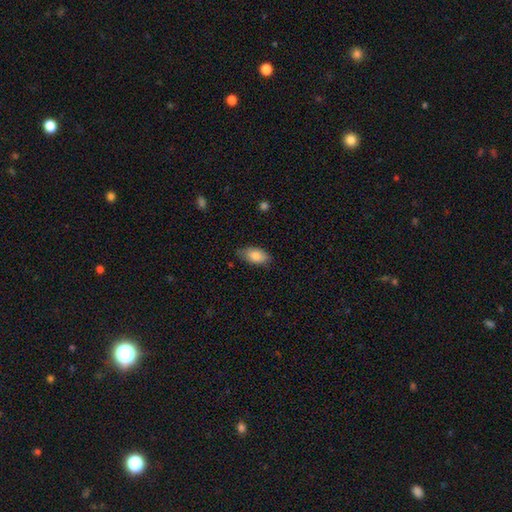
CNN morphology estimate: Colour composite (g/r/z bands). It shows a smooth galaxy with no disk features (81%) that is in between round and cigar-shaped (93%). Merging: none (76%).